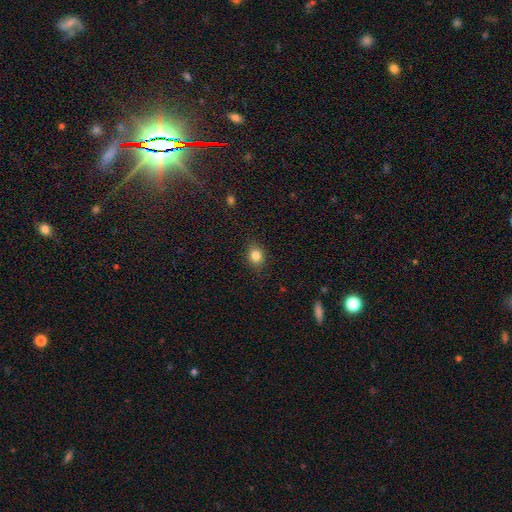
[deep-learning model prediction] Smooth or featured?
  - smooth: 83% *
  - star or artifact: 11%
  - featured or disk: 6%
How rounded?
  - round: 54% *
  - in between: 45%
  - cigar-shaped: 1%
Merging?
  - none: 86% *
  - minor disturbance: 10%
  - major disturbance: 3%
  - merger: 1%